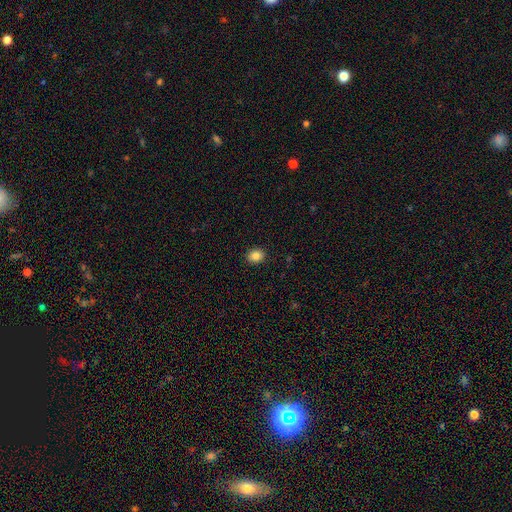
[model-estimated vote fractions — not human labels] smooth 85%, star or artifact 10%, featured or disk 5%. Down the decision tree: how rounded — round (59%); merging — none (91%).